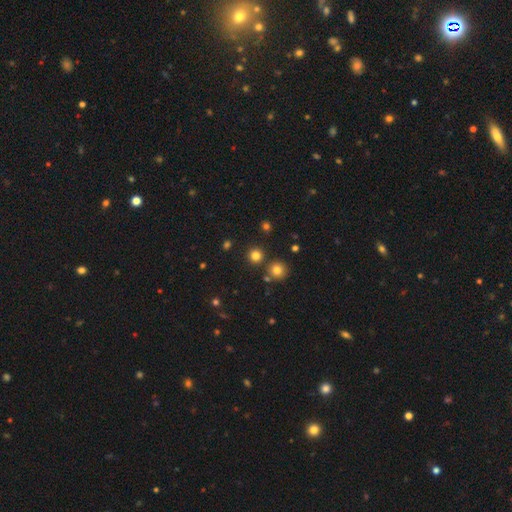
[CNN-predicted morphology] smooth-or-featured: smooth: 78% | star or artifact: 16% | featured or disk: 5%
  how-rounded: round: 94% | in between: 6% | cigar-shaped: 1%
  merging: none: 86% | merger: 6% | minor disturbance: 6% | major disturbance: 2%